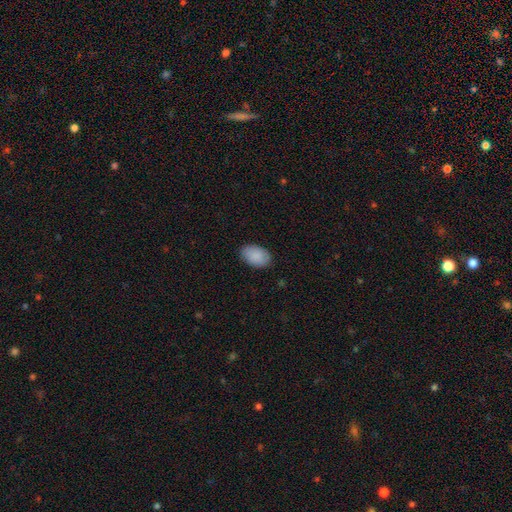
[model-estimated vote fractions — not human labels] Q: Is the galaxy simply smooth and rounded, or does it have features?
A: smooth — 88%.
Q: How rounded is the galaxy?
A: in between — 89%.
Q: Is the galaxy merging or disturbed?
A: none — 84%.